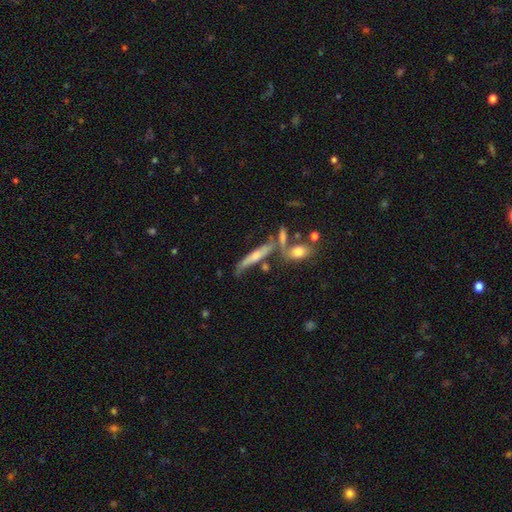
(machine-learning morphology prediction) Overall: featured or disk (57%; smooth 33%). Edge-on disk: yes (78%). Merging: none (52%; merger 21%).